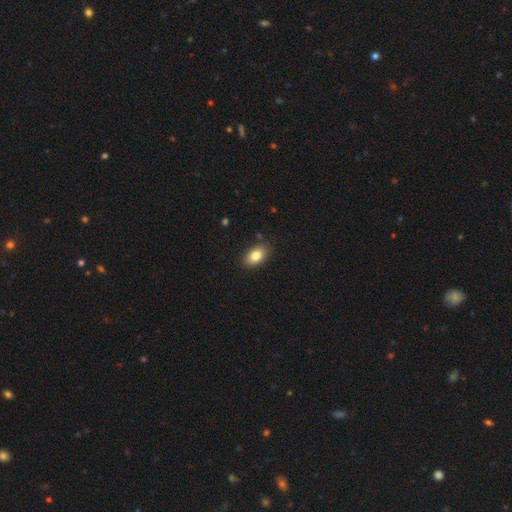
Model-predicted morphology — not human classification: This appears to be a smooth galaxy with no disk features (83%) that is in between round and cigar-shaped (89%). Merging: none (87%).